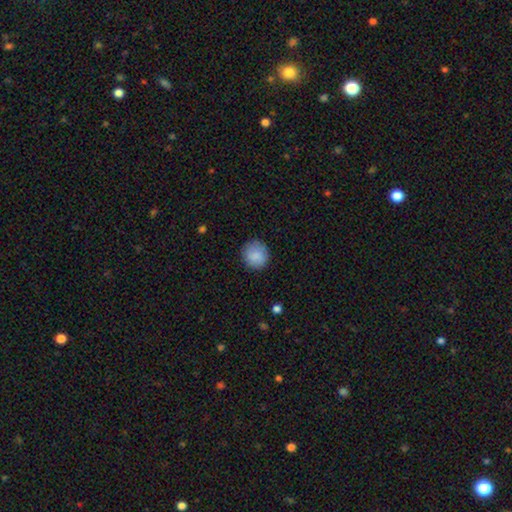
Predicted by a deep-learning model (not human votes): Morphology: type=smooth (88%); roundness=round (89%); merging=none (87%).